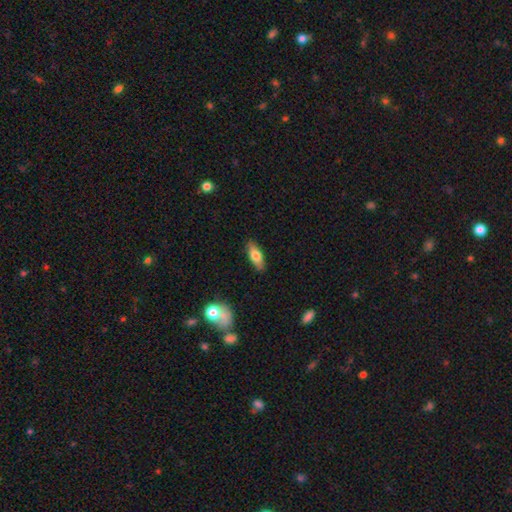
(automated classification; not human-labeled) Q: Smooth or featured?
A: smooth (70%); runner-up: featured or disk (23%)
Q: How rounded?
A: in between (69%); runner-up: cigar-shaped (28%)
Q: Merging?
A: none (86%); runner-up: minor disturbance (10%)